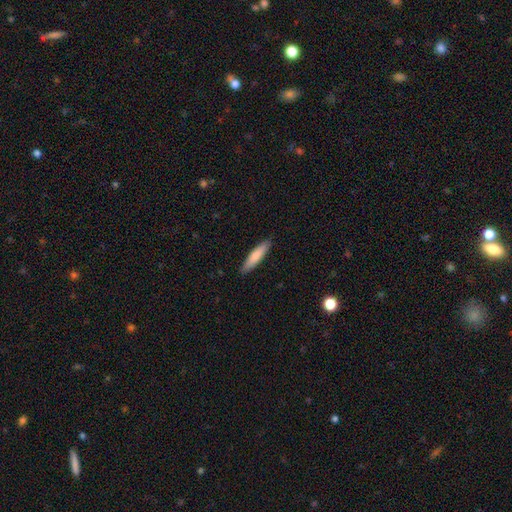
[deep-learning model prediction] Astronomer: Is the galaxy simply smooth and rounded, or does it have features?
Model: smooth — 80%.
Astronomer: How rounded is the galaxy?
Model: cigar-shaped — 81%.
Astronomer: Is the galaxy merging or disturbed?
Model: none — 89%.